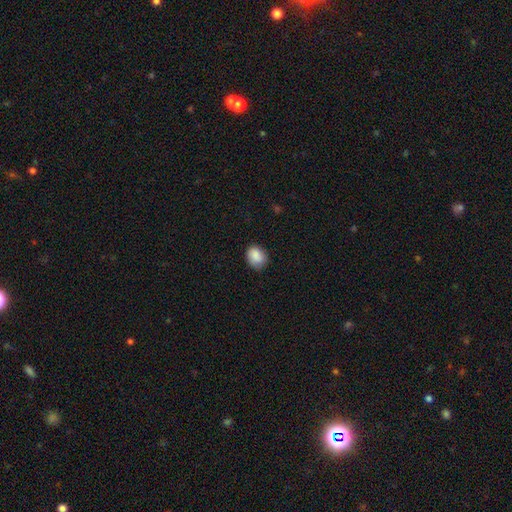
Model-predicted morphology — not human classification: Smooth or featured? smooth (88%)
How rounded? in between (51%)
Merging? none (76%)